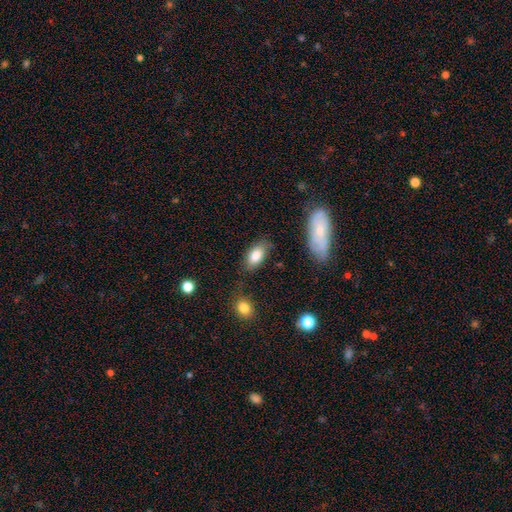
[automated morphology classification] Smooth or featured? smooth (83%)
How rounded? in between (92%)
Merging? none (73%)